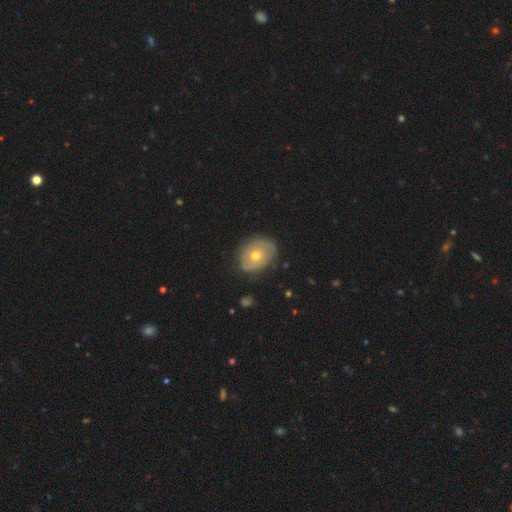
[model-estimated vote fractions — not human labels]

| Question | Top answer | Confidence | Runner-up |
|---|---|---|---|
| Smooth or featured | featured or disk | 54% | smooth (39%) |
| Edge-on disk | no | 95% | yes (5%) |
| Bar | no | 86% | weak (11%) |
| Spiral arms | yes | 57% | no (43%) |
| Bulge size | moderate | 74% | small (20%) |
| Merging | none | 71% | minor disturbance (22%) |